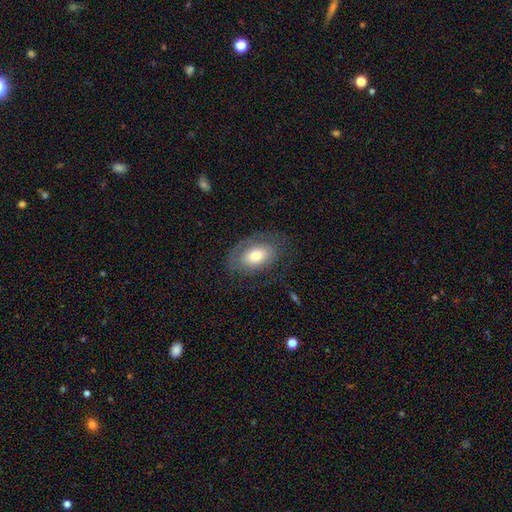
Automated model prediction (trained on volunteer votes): Smooth or featured: smooth — 54% (featured or disk — 38%)
How rounded: in between — 87% (round — 12%)
Merging: none — 66% (minor disturbance — 18%)